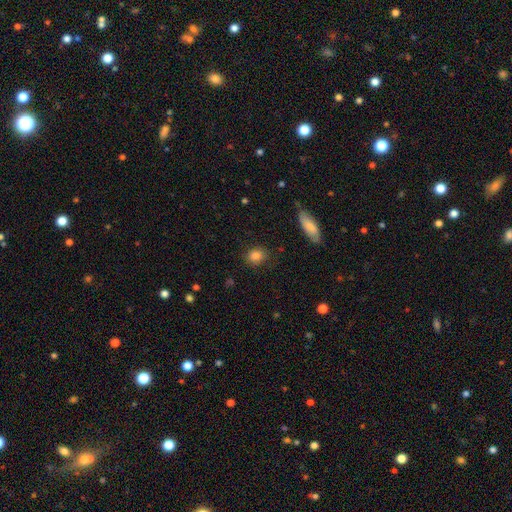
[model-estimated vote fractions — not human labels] smooth_or_featured: smooth (p=0.84) [alt: star or artifact p=0.10]
how_rounded: round (p=0.55) [alt: in between p=0.44]
merging: none (p=0.85) [alt: minor disturbance p=0.11]